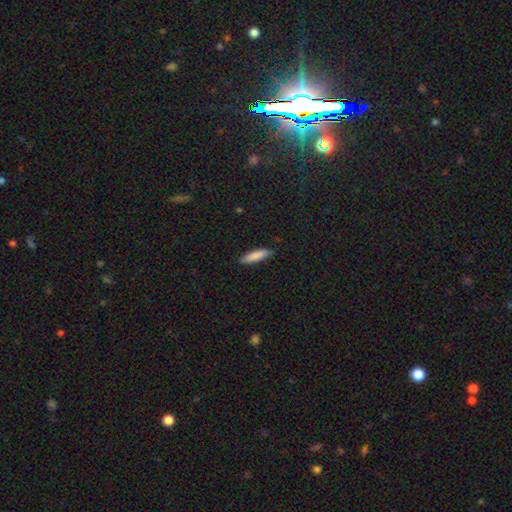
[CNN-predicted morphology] Smooth or featured? Predicted: smooth (p=0.86). How rounded? Predicted: cigar-shaped (p=0.67). Merging? Predicted: none (p=0.87).